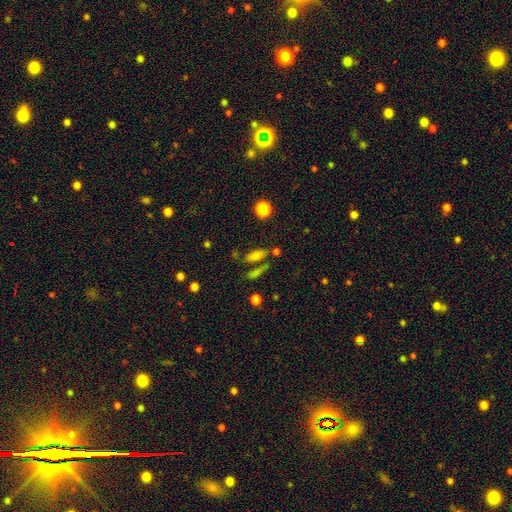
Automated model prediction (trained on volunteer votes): Smooth or featured? smooth (72%)
How rounded? in between (56%)
Merging? none (65%)